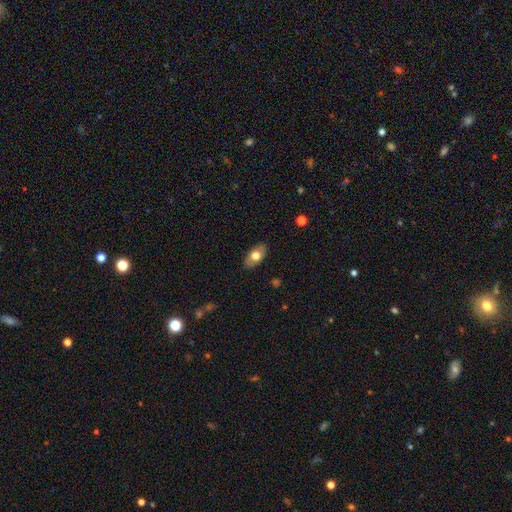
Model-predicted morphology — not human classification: smooth_or_featured: smooth (p=0.69) [alt: featured or disk p=0.24]
how_rounded: in between (p=0.90) [alt: round p=0.05]
merging: none (p=0.87) [alt: minor disturbance p=0.10]